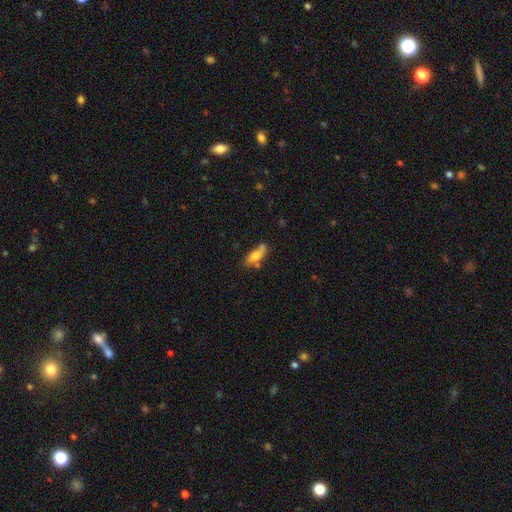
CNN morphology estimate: Q: Smooth or featured?
A: smooth (66%); runner-up: featured or disk (25%)
Q: How rounded?
A: in between (65%); runner-up: cigar-shaped (32%)
Q: Merging?
A: none (49%); runner-up: merger (22%)